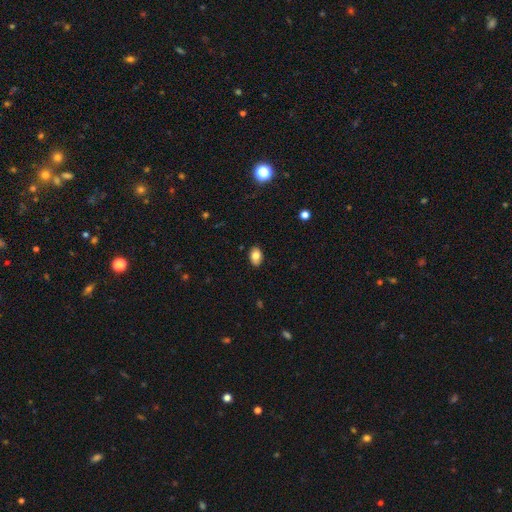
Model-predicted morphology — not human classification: Q: Smooth or featured?
A: smooth (82%); runner-up: featured or disk (10%)
Q: How rounded?
A: in between (88%); runner-up: round (11%)
Q: Merging?
A: none (85%); runner-up: minor disturbance (11%)